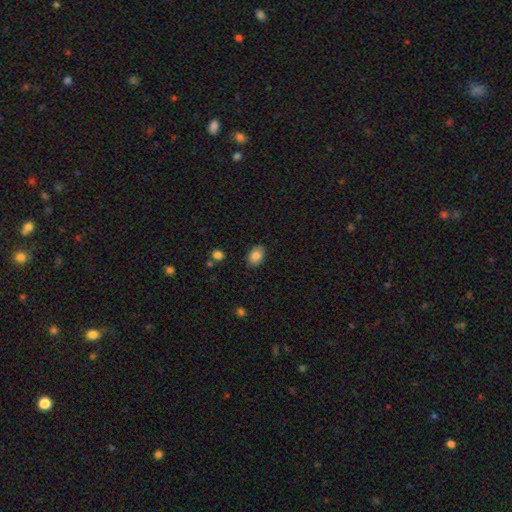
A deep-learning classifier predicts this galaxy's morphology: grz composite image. It shows a smooth galaxy with no disk features (85%) that is in between round and cigar-shaped (84%). Merging: none (87%).